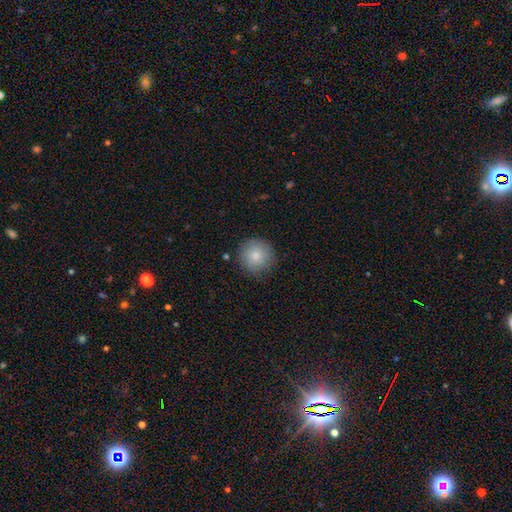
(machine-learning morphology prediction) Smooth or featured: smooth — 83% (featured or disk — 9%)
How rounded: round — 95% (in between — 4%)
Merging: none — 86% (minor disturbance — 10%)